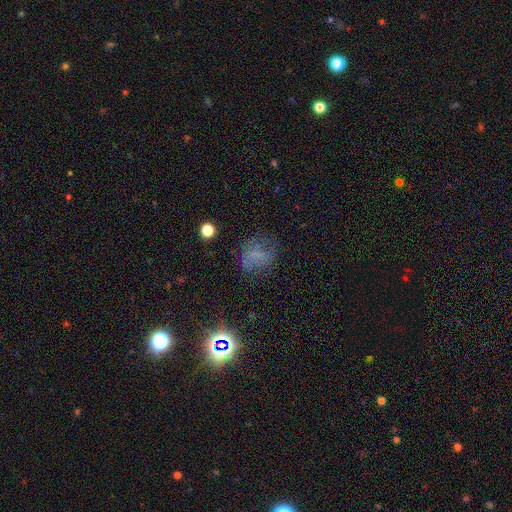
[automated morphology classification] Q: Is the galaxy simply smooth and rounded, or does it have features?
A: smooth — 47%.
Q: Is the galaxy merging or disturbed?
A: none — 57%.